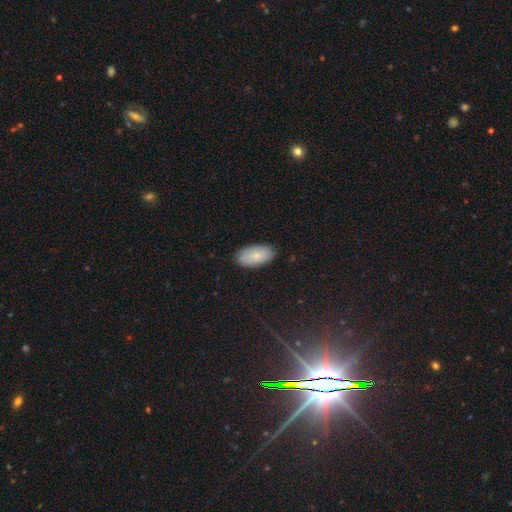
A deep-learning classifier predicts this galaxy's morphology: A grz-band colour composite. It shows a smooth galaxy with no disk features (80%) that is in between round and cigar-shaped (94%). Merging: none (86%).